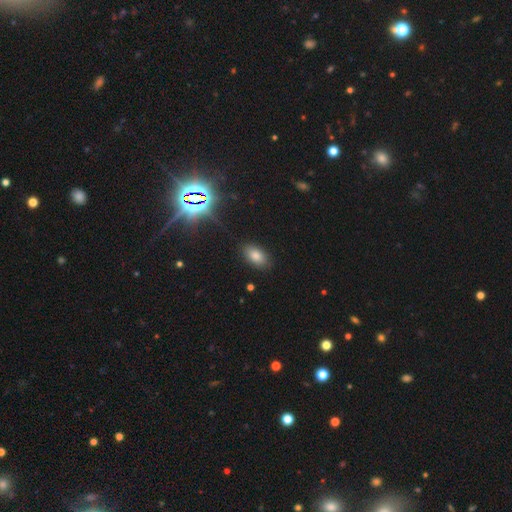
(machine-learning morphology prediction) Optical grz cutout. It shows a smooth galaxy with no disk features (80%) that is in between round and cigar-shaped (91%). Merging: none (86%).